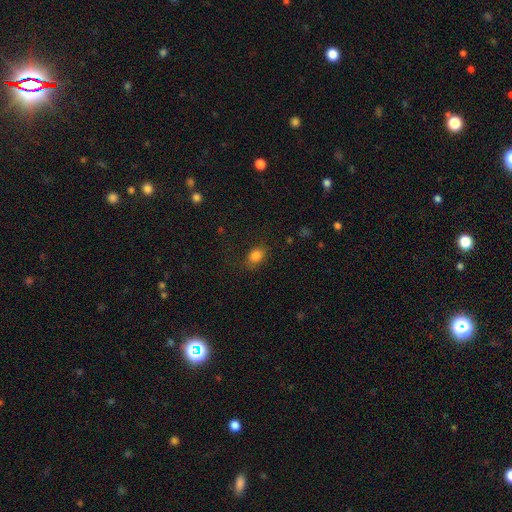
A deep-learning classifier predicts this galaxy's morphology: type=smooth (82%); roundness=in between (63%); merging=none (71%).